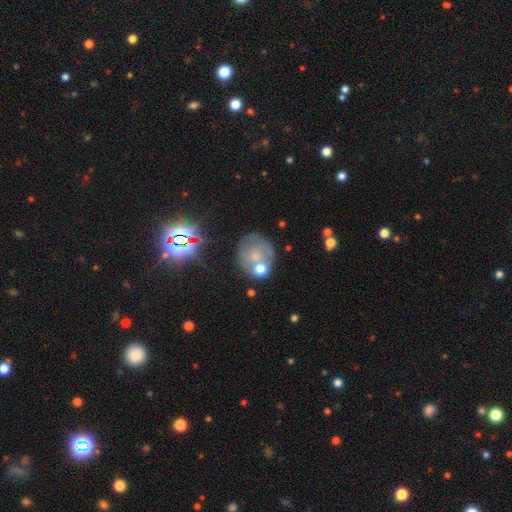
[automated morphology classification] Smooth or featured? smooth (43%)
Merging? none (50%)